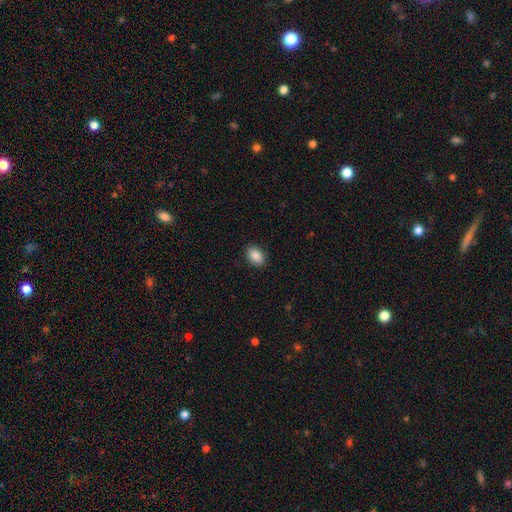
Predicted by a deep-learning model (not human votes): smooth_or_featured: smooth (p=0.89) [alt: star or artifact p=0.07]
how_rounded: in between (p=0.88) [alt: round p=0.10]
merging: none (p=0.89) [alt: minor disturbance p=0.08]